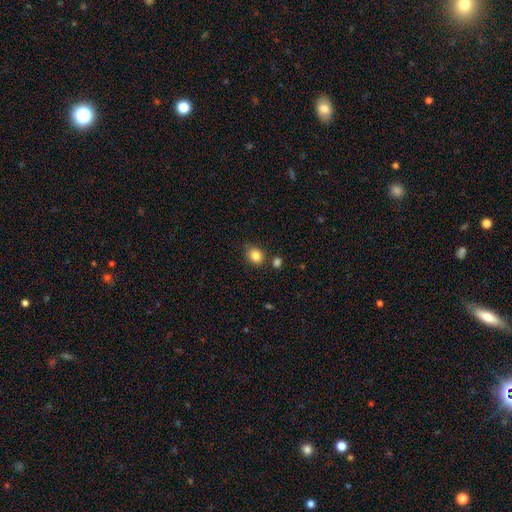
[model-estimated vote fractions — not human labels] smooth_or_featured: smooth (p=0.84) [alt: star or artifact p=0.11]
how_rounded: round (p=0.70) [alt: in between p=0.29]
merging: none (p=0.77) [alt: minor disturbance p=0.13]